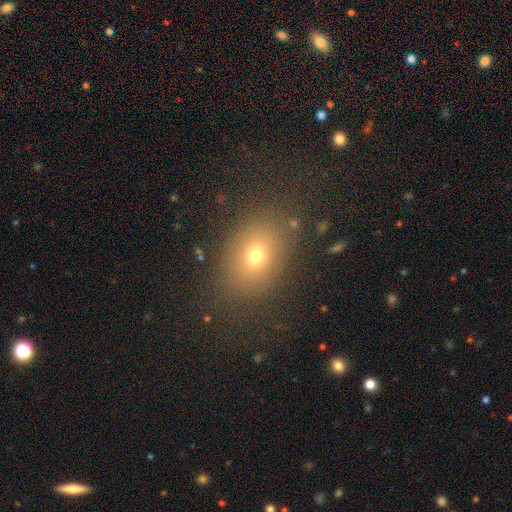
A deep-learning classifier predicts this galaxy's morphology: Smooth or featured: smooth — 69% (star or artifact — 17%)
How rounded: in between — 63% (round — 35%)
Merging: none — 81% (minor disturbance — 11%)